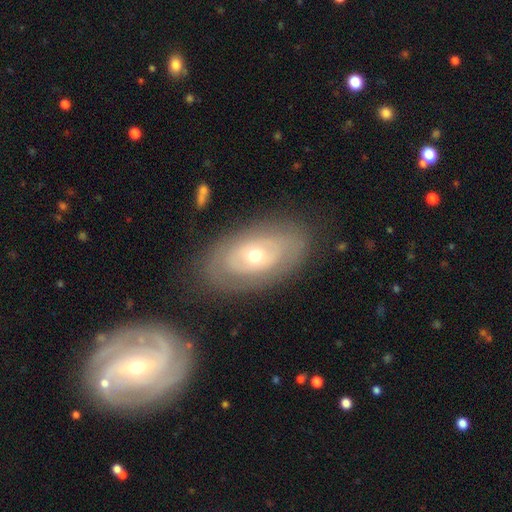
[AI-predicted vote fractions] Overall: featured or disk (65%; smooth 29%). Edge-on disk: no (91%). Bar: no (85%). Spiral arms: no (58%; yes 42%). Bulge size: moderate (60%; small 35%). Merging: none (79%).